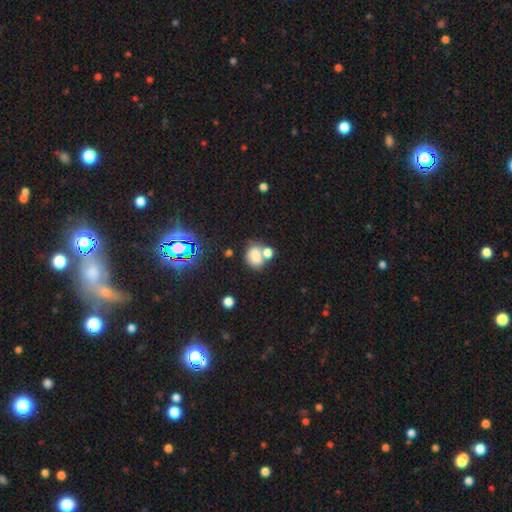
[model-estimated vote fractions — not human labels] This is likely a smooth galaxy (71%). How rounded: possibly in between (53%). Merging: possibly merger (46%).